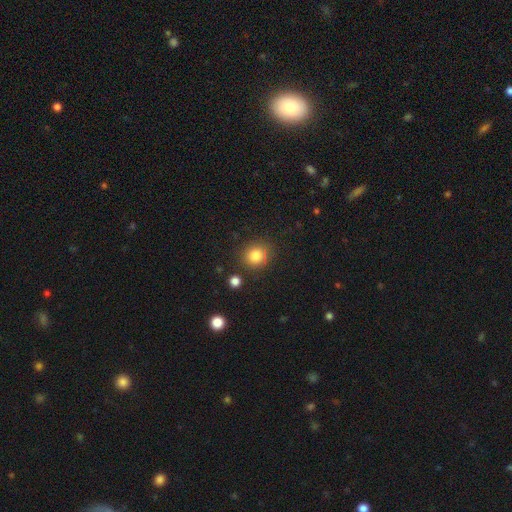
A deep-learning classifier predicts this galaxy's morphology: This appears to be a smooth galaxy with no disk features (84%) that is round (85%). Merging: none (84%).